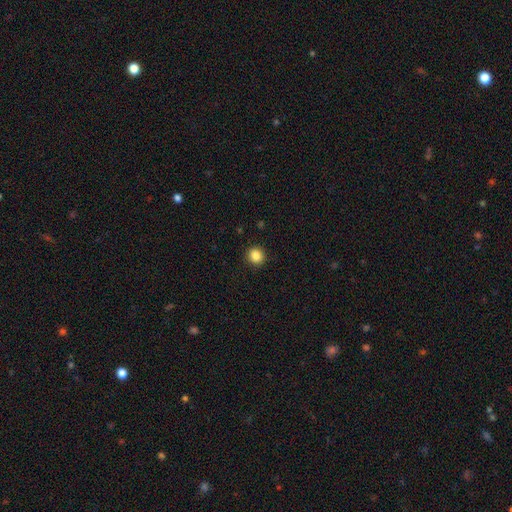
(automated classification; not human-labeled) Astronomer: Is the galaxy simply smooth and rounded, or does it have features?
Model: smooth — 85%.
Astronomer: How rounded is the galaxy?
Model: round — 90%.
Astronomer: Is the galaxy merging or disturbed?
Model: none — 92%.